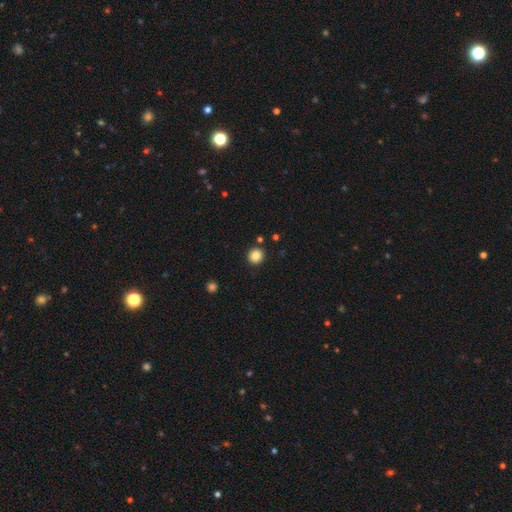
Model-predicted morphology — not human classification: This is clearly a smooth galaxy (84%). How rounded: clearly round (92%). Merging: clearly none (90%).